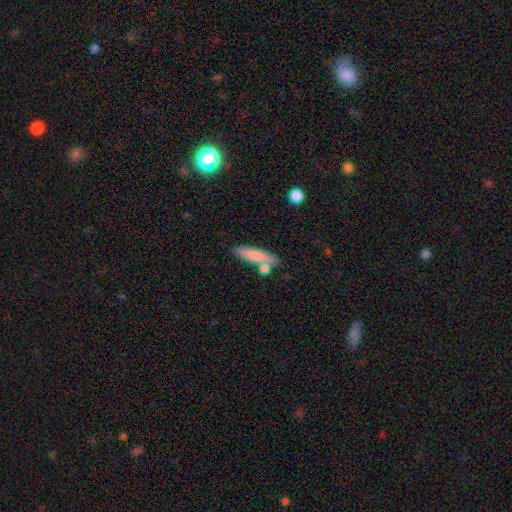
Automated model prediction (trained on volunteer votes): The model was most divided on "how rounded": cigar-shaped: 72%, in between: 25%, round: 3%. More confident: smooth or featured — smooth (77%); merging — none (65%).